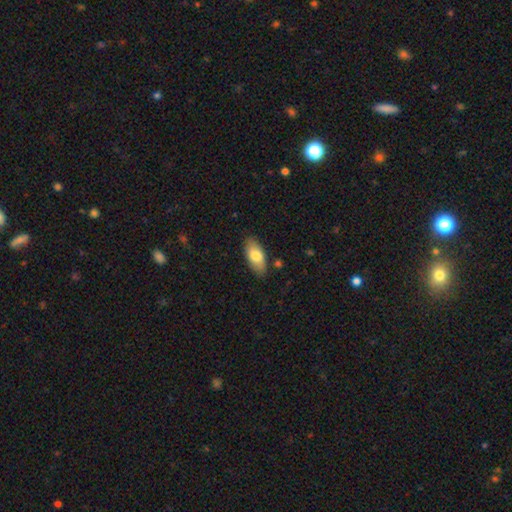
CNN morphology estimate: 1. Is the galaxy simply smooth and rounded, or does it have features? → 78% smooth, 16% featured or disk, 6% star or artifact.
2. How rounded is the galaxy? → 89% in between, 8% cigar-shaped, 2% round.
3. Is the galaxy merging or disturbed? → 84% none, 12% minor disturbance, 2% major disturbance, 2% merger.